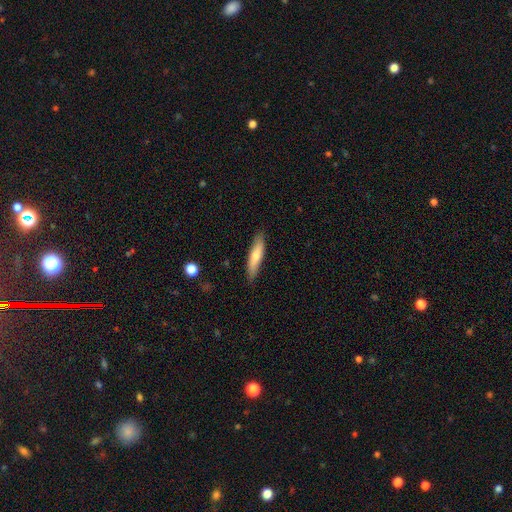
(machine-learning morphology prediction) The model was most divided on "smooth or featured": smooth: 68%, featured or disk: 26%, star or artifact: 6%. More confident: merging — none (86%); how rounded — cigar-shaped (79%).